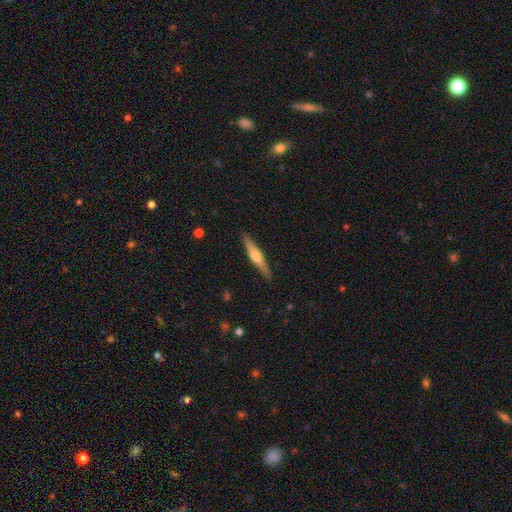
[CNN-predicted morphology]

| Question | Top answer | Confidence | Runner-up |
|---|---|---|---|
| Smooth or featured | featured or disk | 60% | smooth (34%) |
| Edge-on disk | yes | 96% | no (4%) |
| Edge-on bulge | rounded | 87% | boxy (7%) |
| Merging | none | 90% | minor disturbance (7%) |